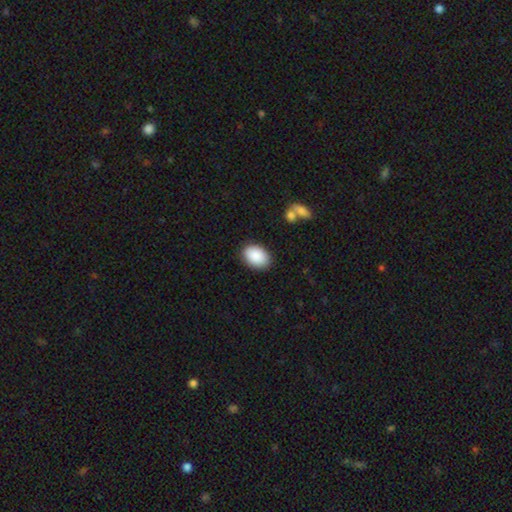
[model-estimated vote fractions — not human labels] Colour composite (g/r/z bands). It shows a smooth galaxy with no disk features (90%) that is in between round and cigar-shaped (86%). Merging: none (86%).